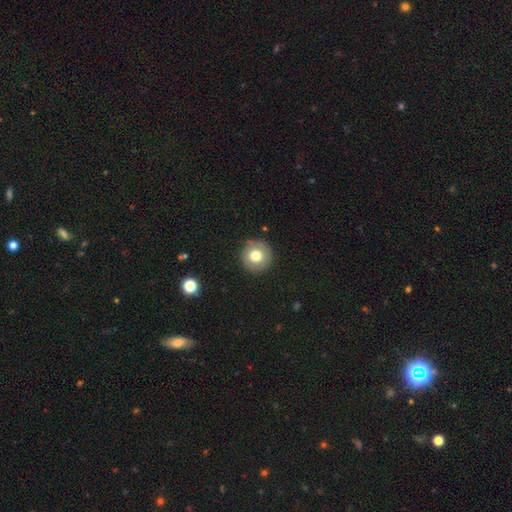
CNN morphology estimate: Smooth or featured?
  - smooth: 72% *
  - featured or disk: 18%
  - star or artifact: 9%
How rounded?
  - round: 95% *
  - in between: 4%
  - cigar-shaped: 1%
Merging?
  - none: 89% *
  - minor disturbance: 7%
  - major disturbance: 2%
  - merger: 1%